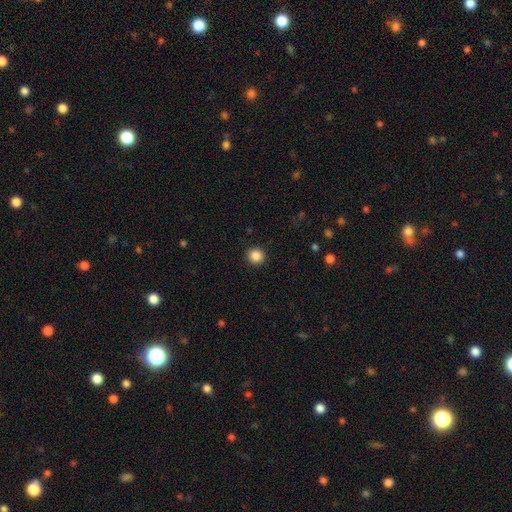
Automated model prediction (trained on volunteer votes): A smooth galaxy with no disk features (86%) that is round (93%). Merging: none (92%).